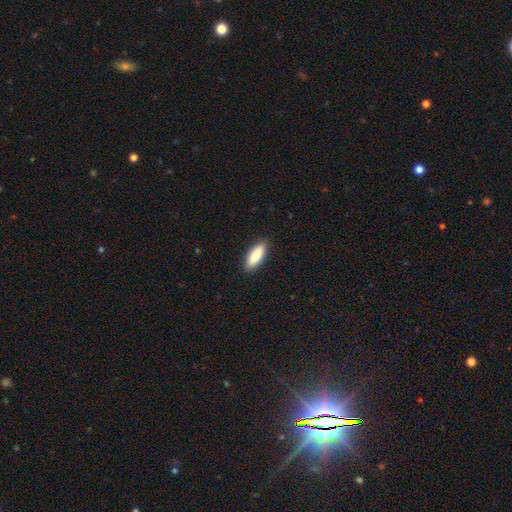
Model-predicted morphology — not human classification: type=smooth (85%); roundness=in between (68%); merging=none (89%).